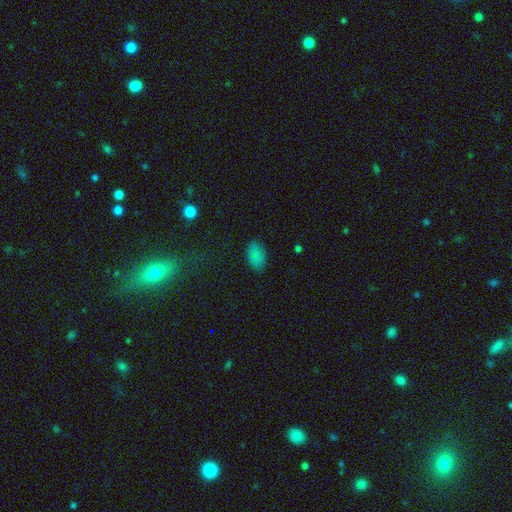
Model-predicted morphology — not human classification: Smooth or featured? Predicted: smooth (p=0.84). How rounded? Predicted: in between (p=0.93). Merging? Predicted: none (p=0.83).